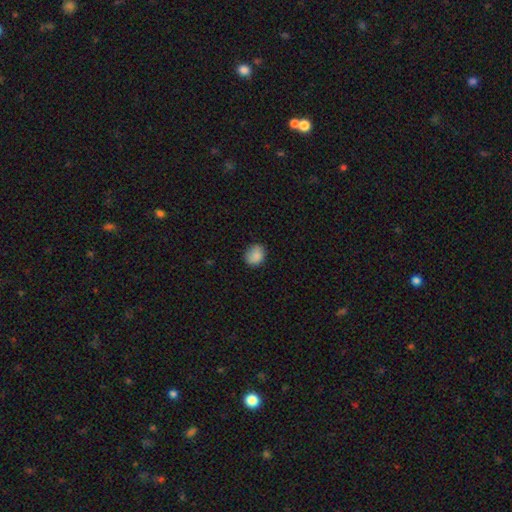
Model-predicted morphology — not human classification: A smooth galaxy with no disk features (87%) that is round (63%). Merging: none (78%).